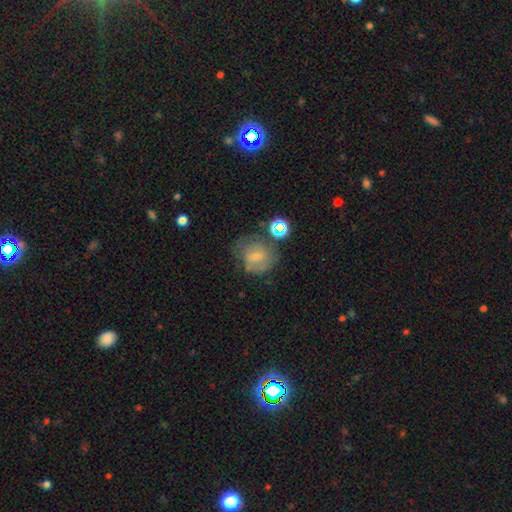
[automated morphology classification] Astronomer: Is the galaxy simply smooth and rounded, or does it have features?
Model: smooth — 42% (runner-up: featured or disk, 39%).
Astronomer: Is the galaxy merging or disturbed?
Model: none — 61%.